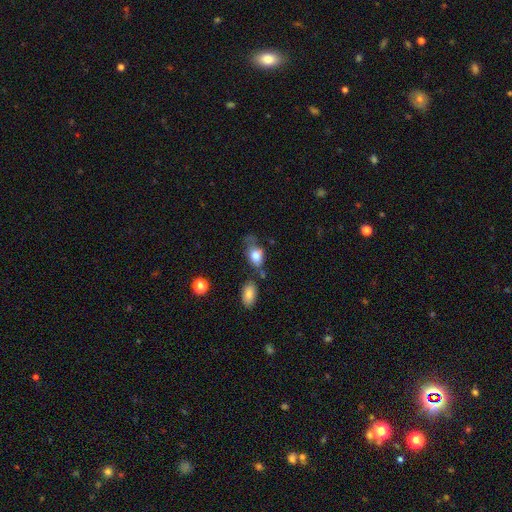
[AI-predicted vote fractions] The model was most divided on "merging": none: 40%, minor disturbance: 29%, major disturbance: 18%, merger: 13%. More confident: smooth or featured — smooth (75%); how rounded — in between (75%).